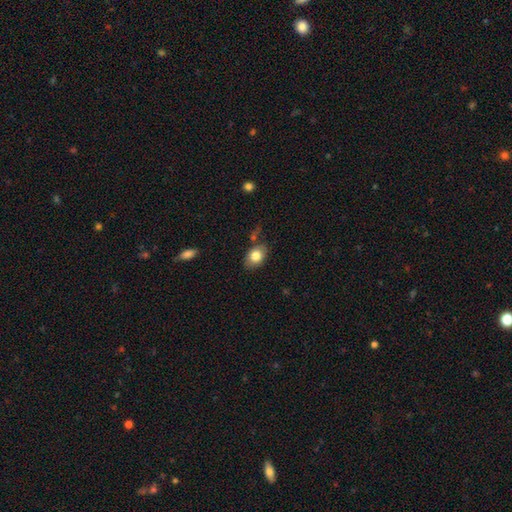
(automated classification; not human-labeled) smooth-or-featured: smooth: 80% | featured or disk: 12% | star or artifact: 8%
  how-rounded: in between: 77% | round: 22% | cigar-shaped: 1%
  merging: none: 74% | minor disturbance: 16% | merger: 5% | major disturbance: 4%